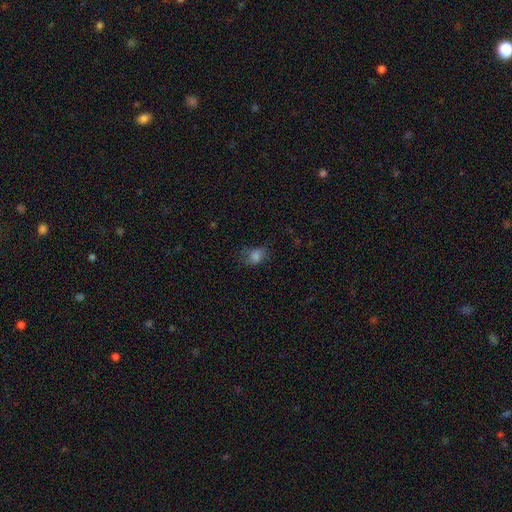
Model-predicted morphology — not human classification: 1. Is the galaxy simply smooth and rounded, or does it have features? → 74% smooth, 15% star or artifact, 12% featured or disk.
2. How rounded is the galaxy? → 65% in between, 33% round, 2% cigar-shaped.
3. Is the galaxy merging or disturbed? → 55% none, 27% minor disturbance, 16% major disturbance, 2% merger.